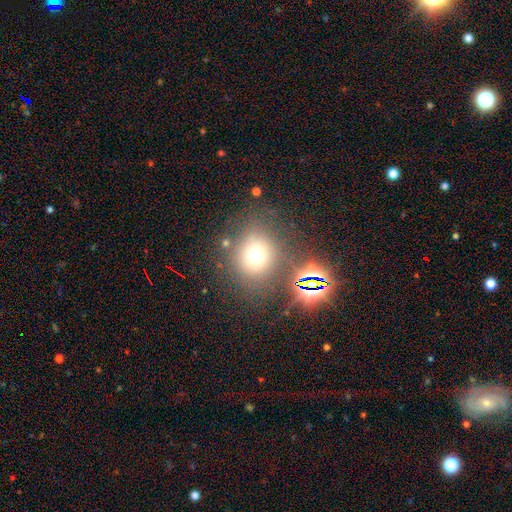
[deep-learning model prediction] This is likely a smooth galaxy (63%). How rounded: likely round (80%). Merging: likely none (74%).